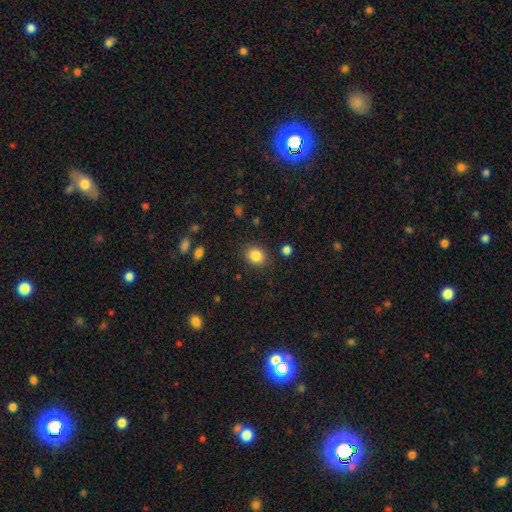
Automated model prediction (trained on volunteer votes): Smooth or featured? smooth (86%)
How rounded? round (61%)
Merging? none (86%)